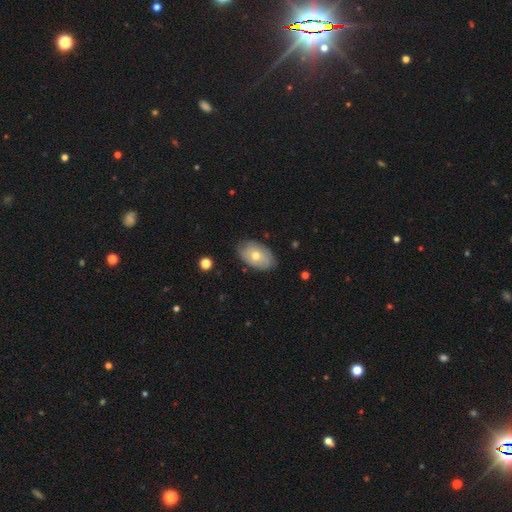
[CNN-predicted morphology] Smooth or featured: smooth — 56% (featured or disk — 38%)
How rounded: in between — 91% (round — 8%)
Merging: none — 79% (minor disturbance — 16%)